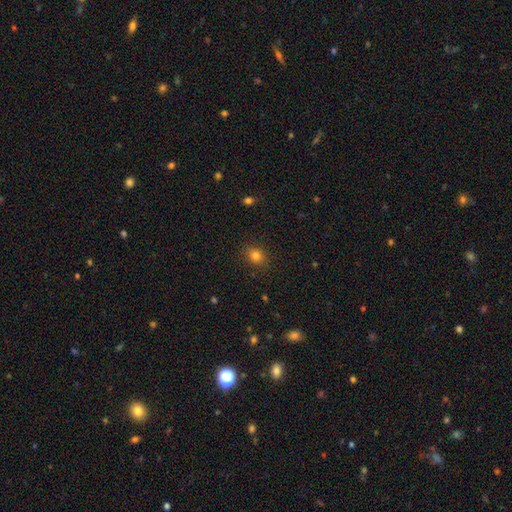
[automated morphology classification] Smooth or featured?
  - smooth: 80% *
  - star or artifact: 13%
  - featured or disk: 6%
How rounded?
  - round: 66% *
  - in between: 33%
  - cigar-shaped: 1%
Merging?
  - none: 87% *
  - minor disturbance: 9%
  - major disturbance: 3%
  - merger: 1%